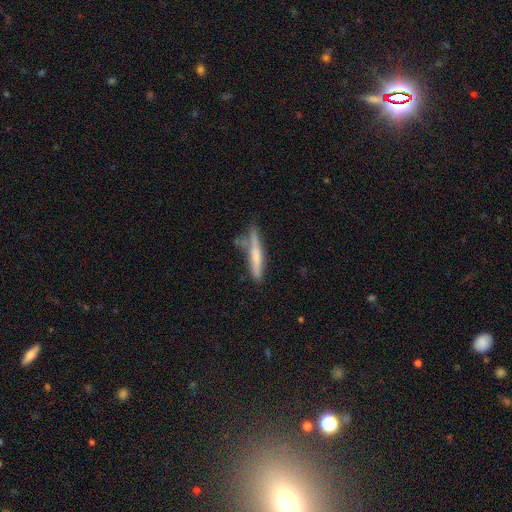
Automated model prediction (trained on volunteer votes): Q: Smooth or featured?
A: smooth (55%); runner-up: featured or disk (38%)
Q: How rounded?
A: cigar-shaped (92%); runner-up: in between (6%)
Q: Merging?
A: none (61%); runner-up: minor disturbance (21%)